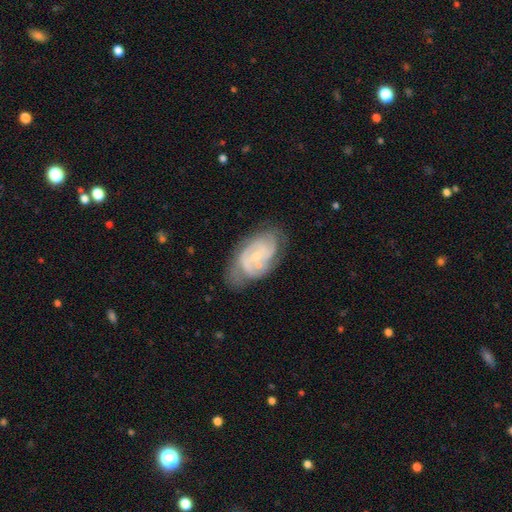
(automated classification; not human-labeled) featured or disk 82%, smooth 12%, star or artifact 6%. Down the decision tree: edge-on disk — no (97%); bar — no (57%); spiral arms — yes (95%); spiral arm count — 2 (37%); spiral winding — tight (58%); bulge size — small (74%); merging — none (65%).